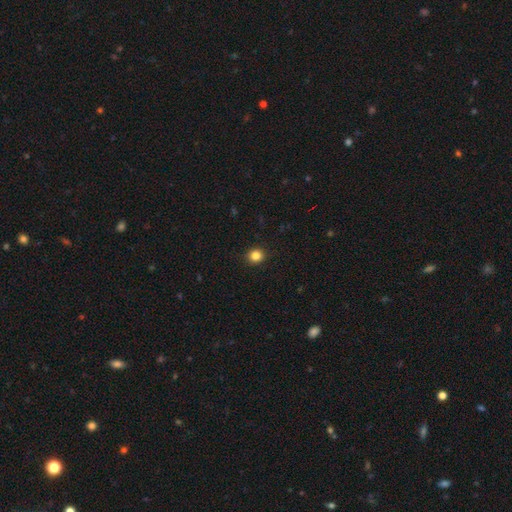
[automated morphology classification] Q: Smooth or featured?
A: smooth (84%); runner-up: star or artifact (12%)
Q: How rounded?
A: round (84%); runner-up: in between (15%)
Q: Merging?
A: none (92%); runner-up: minor disturbance (6%)